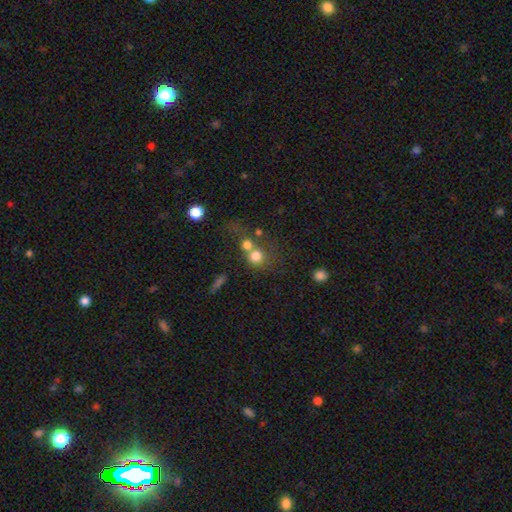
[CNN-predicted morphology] smooth_or_featured: smooth (p=0.74) [alt: star or artifact p=0.14]
how_rounded: round (p=0.85) [alt: in between p=0.14]
merging: merger (p=0.46) [alt: none p=0.39]